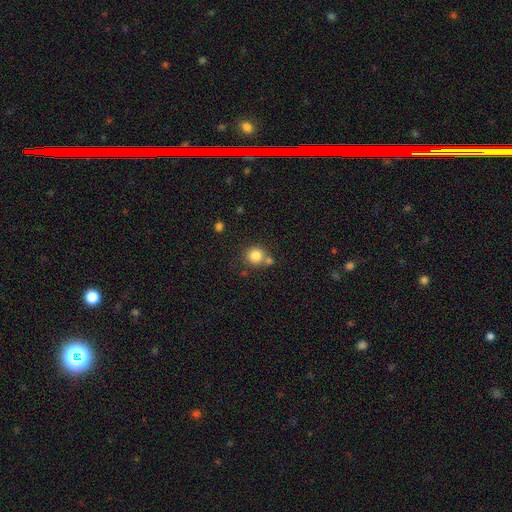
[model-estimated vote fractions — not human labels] Smooth or featured: smooth — 83% (star or artifact — 11%)
How rounded: round — 91% (in between — 8%)
Merging: none — 64% (merger — 23%)